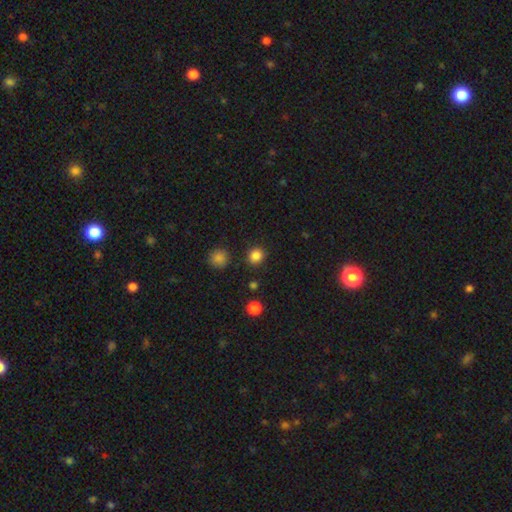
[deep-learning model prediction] Smooth or featured?
  - smooth: 84% *
  - star or artifact: 12%
  - featured or disk: 4%
How rounded?
  - round: 84% *
  - in between: 15%
  - cigar-shaped: 1%
Merging?
  - none: 88% *
  - minor disturbance: 7%
  - major disturbance: 3%
  - merger: 2%